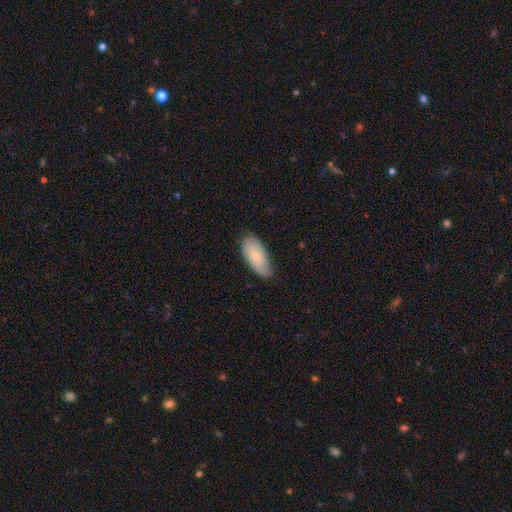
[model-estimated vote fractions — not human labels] A smooth galaxy with no disk features (65%) that is in between round and cigar-shaped (92%). Merging: none (66%).